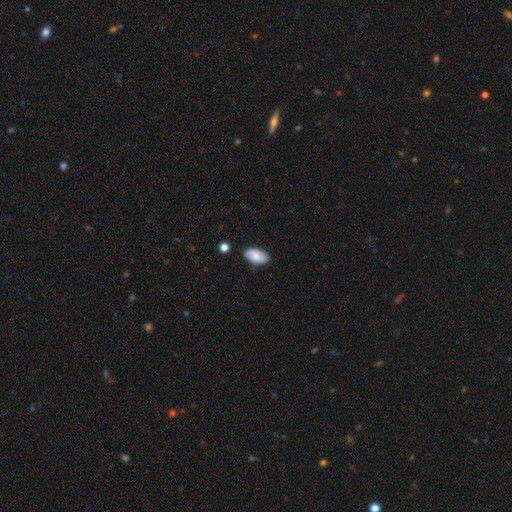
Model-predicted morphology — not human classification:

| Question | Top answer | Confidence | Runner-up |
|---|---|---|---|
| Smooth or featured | smooth | 77% | featured or disk (16%) |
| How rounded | in between | 94% | round (4%) |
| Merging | none | 81% | minor disturbance (14%) |